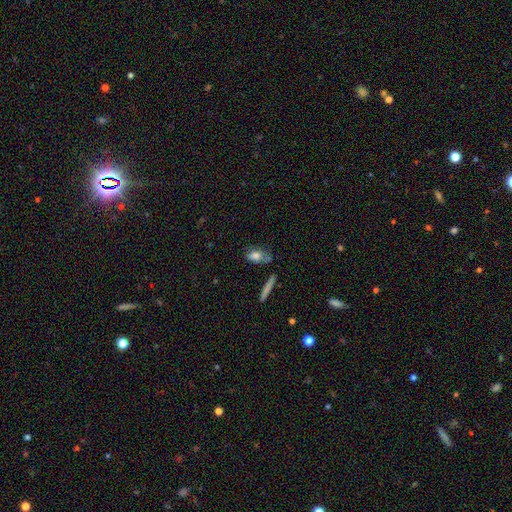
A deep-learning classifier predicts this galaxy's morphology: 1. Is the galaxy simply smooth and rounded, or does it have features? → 76% smooth, 16% featured or disk, 8% star or artifact.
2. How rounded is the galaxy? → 74% in between, 16% cigar-shaped, 10% round.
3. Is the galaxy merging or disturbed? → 53% none, 25% minor disturbance, 12% merger, 9% major disturbance.